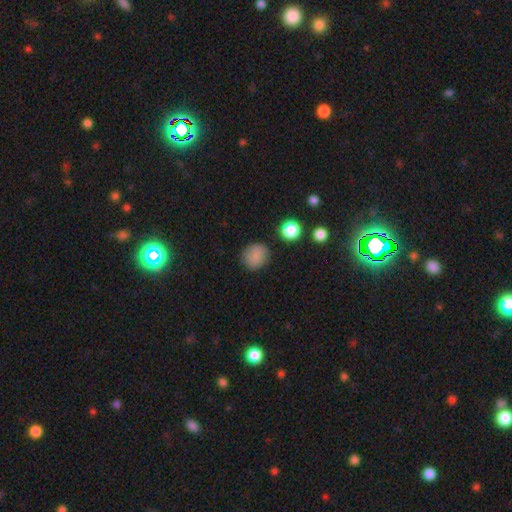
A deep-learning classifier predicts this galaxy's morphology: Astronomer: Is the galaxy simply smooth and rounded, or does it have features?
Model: smooth — 83%.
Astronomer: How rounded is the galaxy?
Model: round — 85%.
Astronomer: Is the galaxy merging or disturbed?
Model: none — 85%.